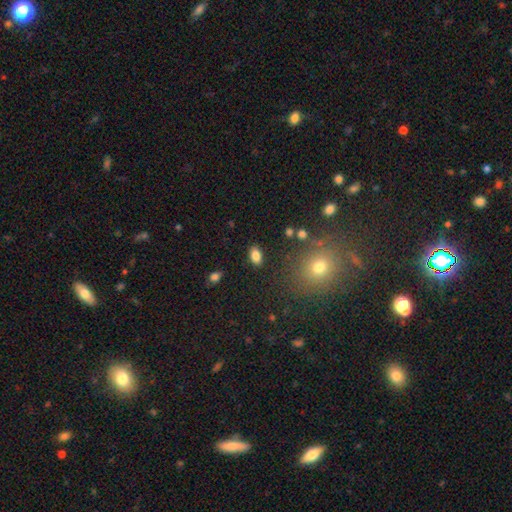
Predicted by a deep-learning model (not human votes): smooth_or_featured: smooth (p=0.84) [alt: star or artifact p=0.10]
how_rounded: in between (p=0.89) [alt: round p=0.09]
merging: none (p=0.87) [alt: minor disturbance p=0.09]